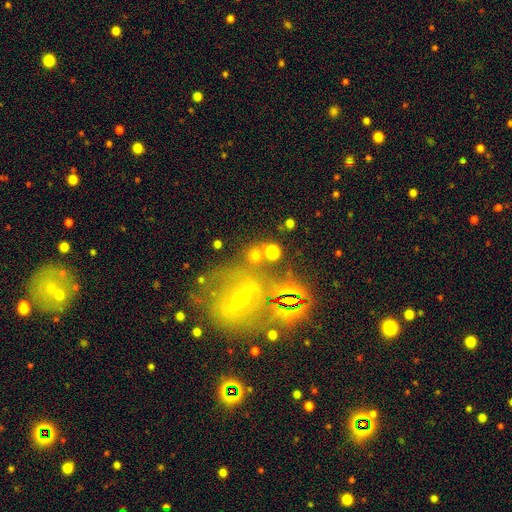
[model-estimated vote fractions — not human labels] A smooth galaxy with no disk features (58%) that is round (84%).

Vote fractions:
- Smooth or featured? smooth: 58% / star or artifact: 24% / featured or disk: 18%
- How rounded? round: 84% / in between: 14% / cigar-shaped: 2%
- Merging? none: 70% / merger: 15% / minor disturbance: 10% / major disturbance: 6%